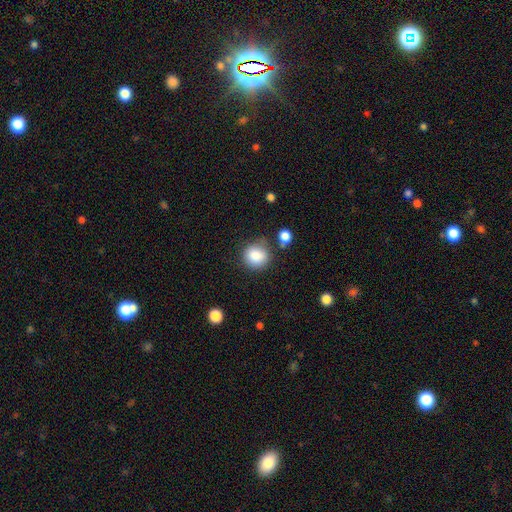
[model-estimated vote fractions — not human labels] Smooth or featured: smooth — 85% (star or artifact — 9%)
How rounded: round — 87% (in between — 12%)
Merging: none — 72% (minor disturbance — 16%)